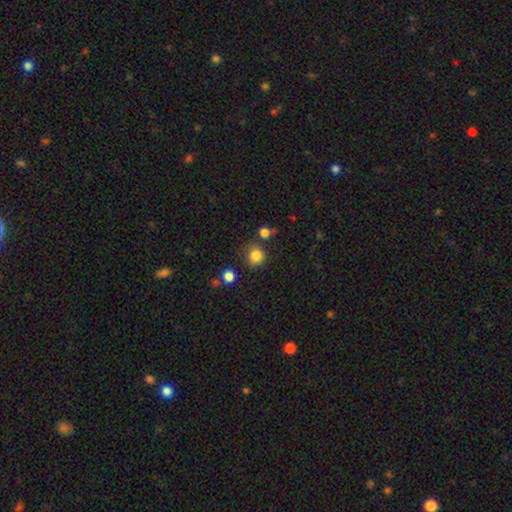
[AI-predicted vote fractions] Smooth or featured? Predicted: smooth (p=0.84). How rounded? Predicted: round (p=0.90). Merging? Predicted: none (p=0.78).